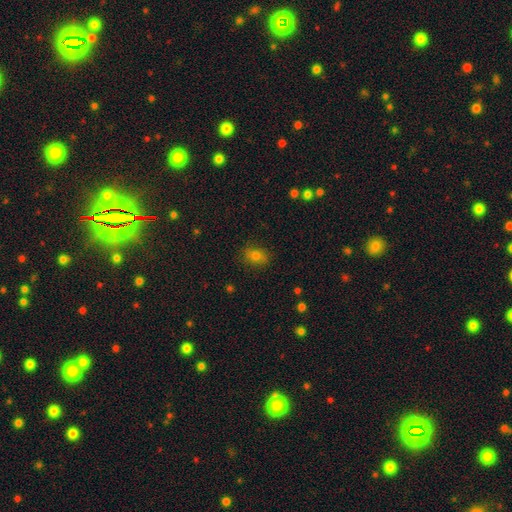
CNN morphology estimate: Overall: smooth (78%). How rounded: in between (65%; round 34%). Merging: none (83%).